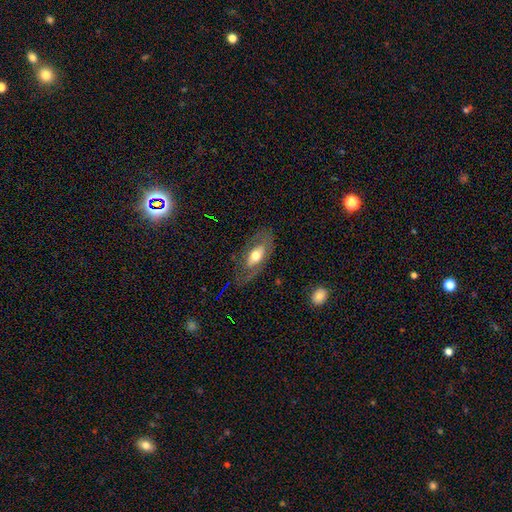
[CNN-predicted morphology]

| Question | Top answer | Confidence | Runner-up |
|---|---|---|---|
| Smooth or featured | featured or disk | 51% | smooth (42%) |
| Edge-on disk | no | 80% | yes (20%) |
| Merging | none | 66% | minor disturbance (19%) |